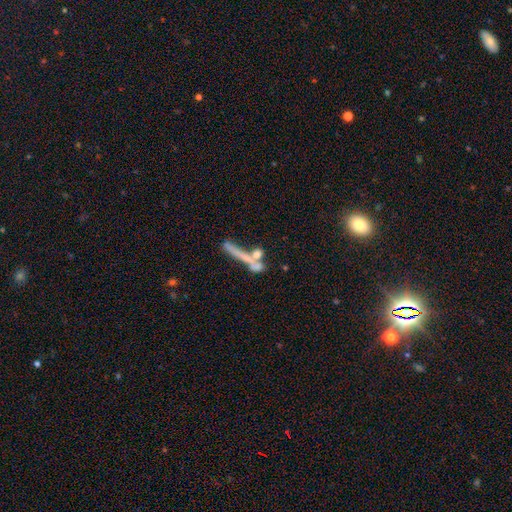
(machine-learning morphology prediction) A smooth galaxy with no disk features (52%) that is cigar-shaped (63%). Merging: none (43%).